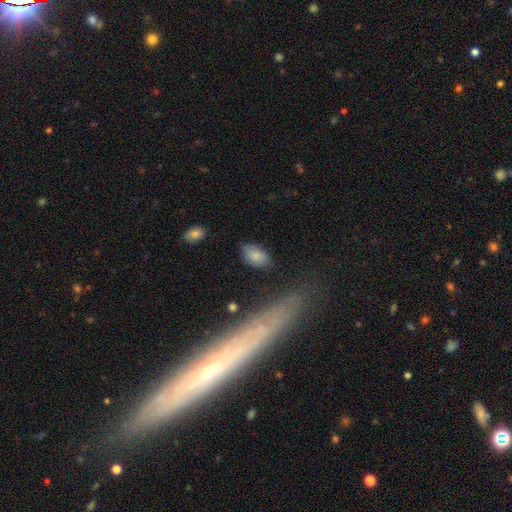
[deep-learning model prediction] The model was most divided on "merging": none: 74%, minor disturbance: 19%, major disturbance: 5%, merger: 3%. More confident: how rounded — in between (92%); smooth or featured — smooth (81%).